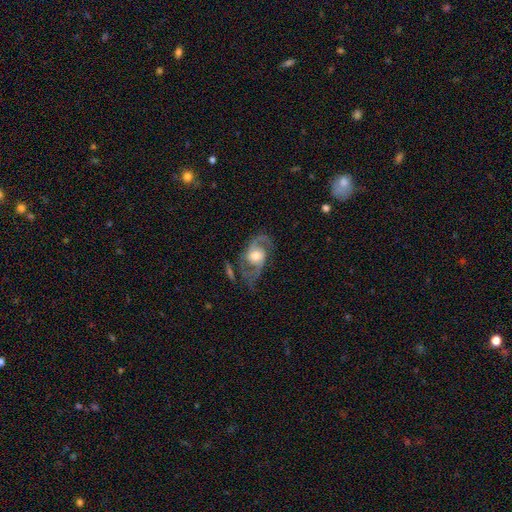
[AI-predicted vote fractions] Morphology: type=featured or disk (85%); edge-on=no (96%); bar=no (62%); spiral arms=yes (94%); winding=medium (53%); arm count=2 (88%); bulge=moderate (65%); merging=none (60%).